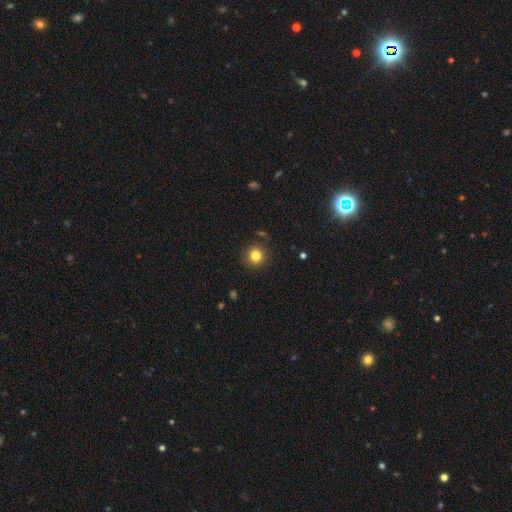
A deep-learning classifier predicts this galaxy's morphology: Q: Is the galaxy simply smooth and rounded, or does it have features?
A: smooth — 82%.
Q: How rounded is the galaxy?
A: round — 92%.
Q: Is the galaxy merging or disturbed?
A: none — 88%.